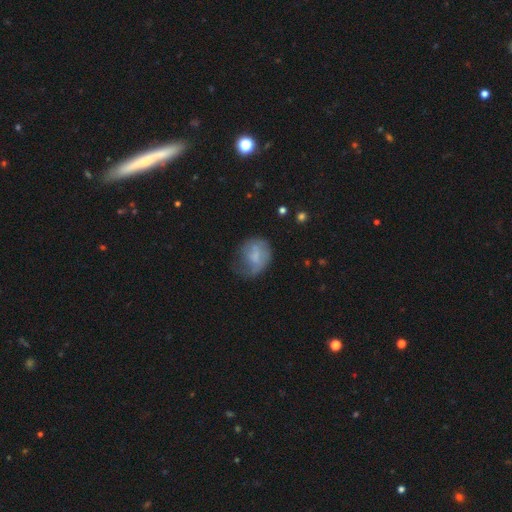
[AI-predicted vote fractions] Smooth or featured? smooth (59%)
How rounded? round (54%)
Merging? none (38%)